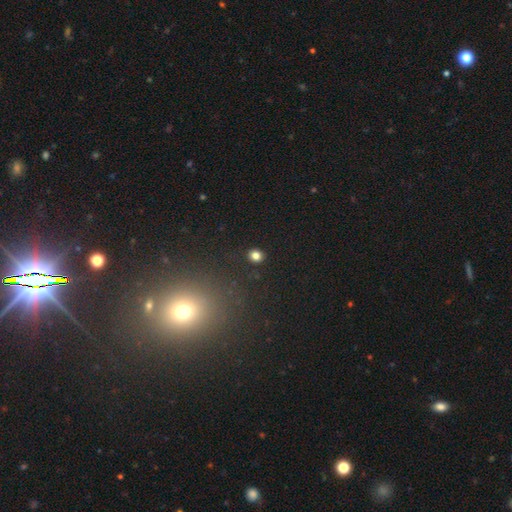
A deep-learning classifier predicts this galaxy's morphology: Smooth or featured? smooth (81%)
How rounded? round (77%)
Merging? none (91%)